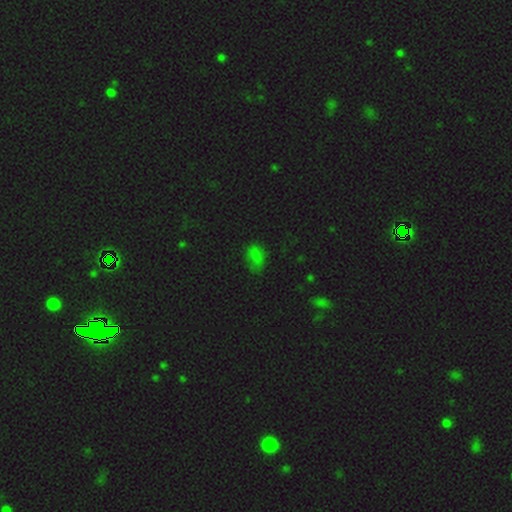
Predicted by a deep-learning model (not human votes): Q: Smooth or featured?
A: smooth (68%); runner-up: star or artifact (24%)
Q: How rounded?
A: in between (82%); runner-up: round (15%)
Q: Merging?
A: none (60%); runner-up: minor disturbance (27%)